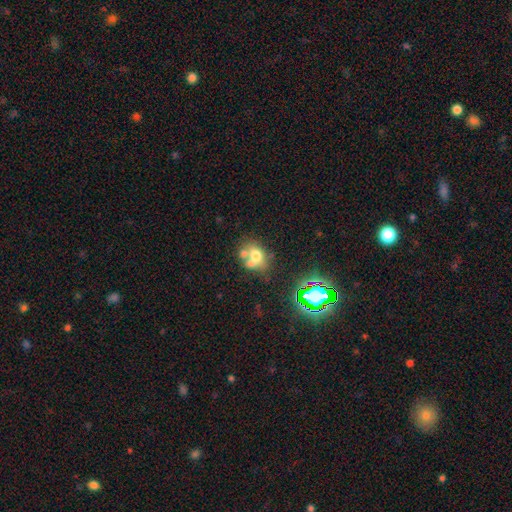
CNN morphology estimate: The model was most divided on "how rounded": round: 52%, in between: 47%, cigar-shaped: 1%. Remaining: smooth or featured — smooth (60%); merging — merger (45%).